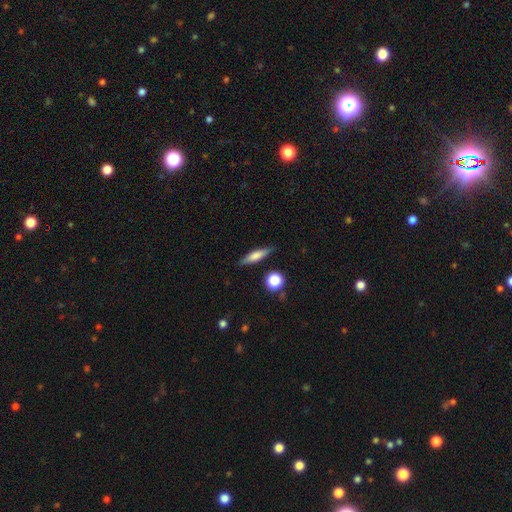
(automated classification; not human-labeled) A smooth galaxy with no disk features (62%) that is cigar-shaped (73%). Merging: none (85%).